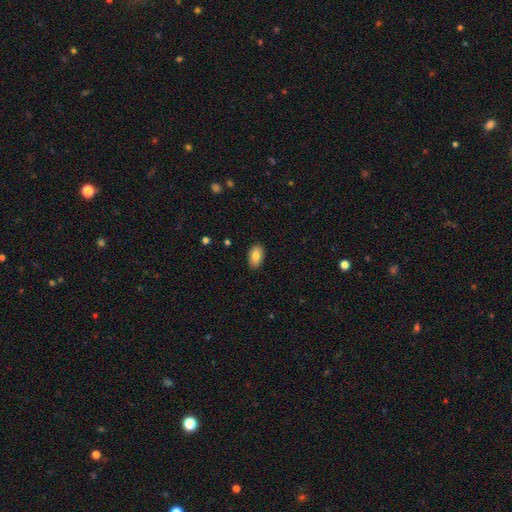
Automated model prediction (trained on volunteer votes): Smooth or featured? smooth (82%)
How rounded? in between (93%)
Merging? none (89%)